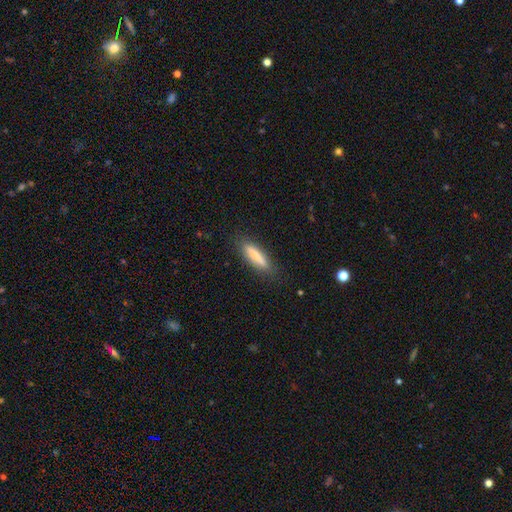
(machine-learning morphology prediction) This appears to be a smooth galaxy with no disk features (77%) that is cigar-shaped (77%). Merging: none (85%).